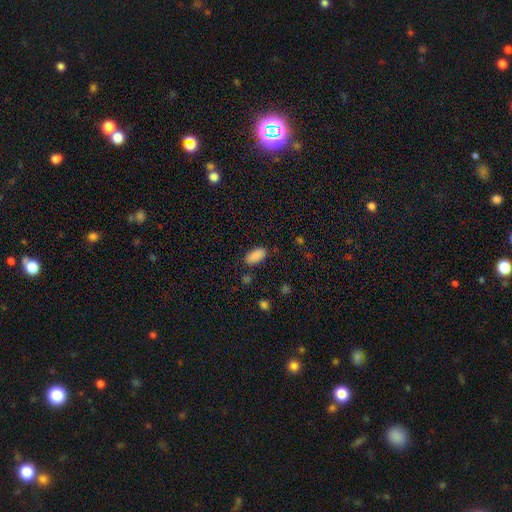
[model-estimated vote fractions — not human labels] smooth-or-featured: smooth: 88% | star or artifact: 8% | featured or disk: 4%
  how-rounded: in between: 93% | cigar-shaped: 5% | round: 3%
  merging: none: 83% | minor disturbance: 12% | major disturbance: 3% | merger: 2%